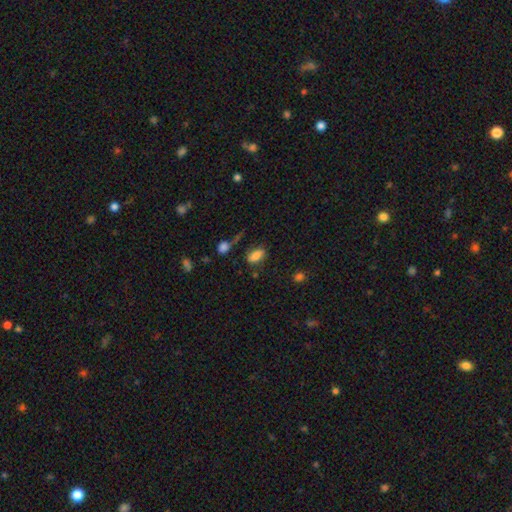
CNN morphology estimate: smooth 76%, featured or disk 14%, star or artifact 10%. Down the decision tree: how rounded — in between (87%); merging — none (63%).